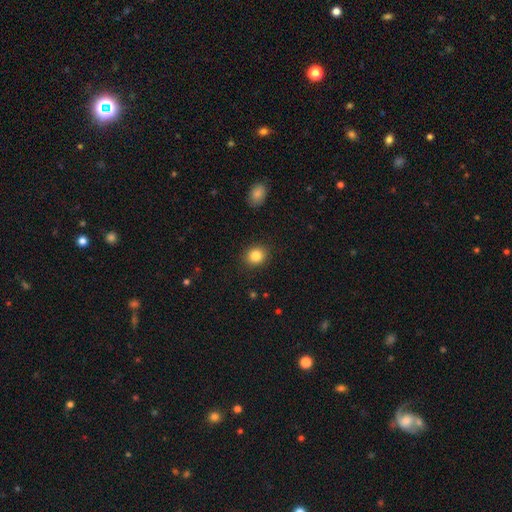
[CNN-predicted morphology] Q: Smooth or featured?
A: smooth (84%); runner-up: star or artifact (10%)
Q: How rounded?
A: round (75%); runner-up: in between (24%)
Q: Merging?
A: none (89%); runner-up: minor disturbance (7%)